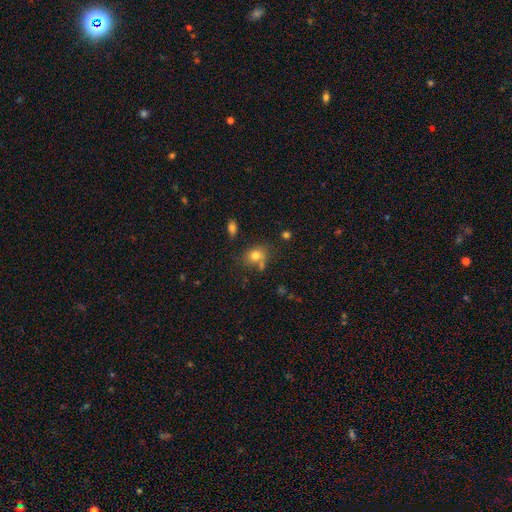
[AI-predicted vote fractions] Q: Smooth or featured?
A: smooth (77%); runner-up: star or artifact (12%)
Q: How rounded?
A: in between (50%); runner-up: round (49%)
Q: Merging?
A: none (63%); runner-up: minor disturbance (17%)